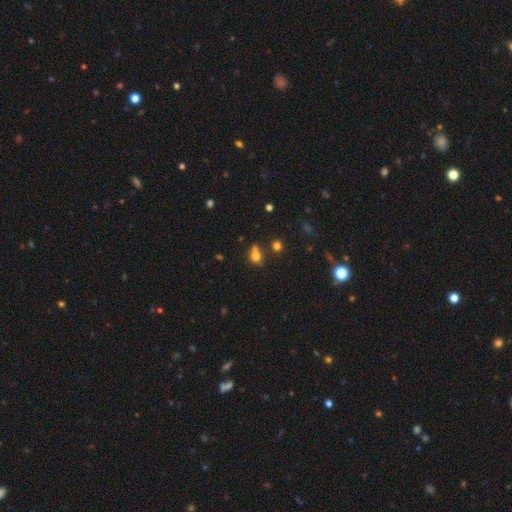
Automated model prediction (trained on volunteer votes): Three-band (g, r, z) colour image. It shows a smooth galaxy with no disk features (72%) that is round (62%). Merging: none (44%).